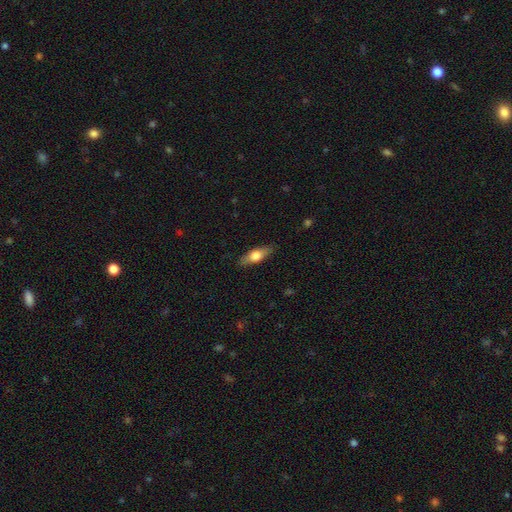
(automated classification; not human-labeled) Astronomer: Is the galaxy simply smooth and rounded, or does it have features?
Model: smooth — 57% (runner-up: featured or disk, 37%).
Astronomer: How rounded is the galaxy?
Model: in between — 55% (runner-up: cigar-shaped, 42%).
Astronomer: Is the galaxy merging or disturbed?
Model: none — 86%.